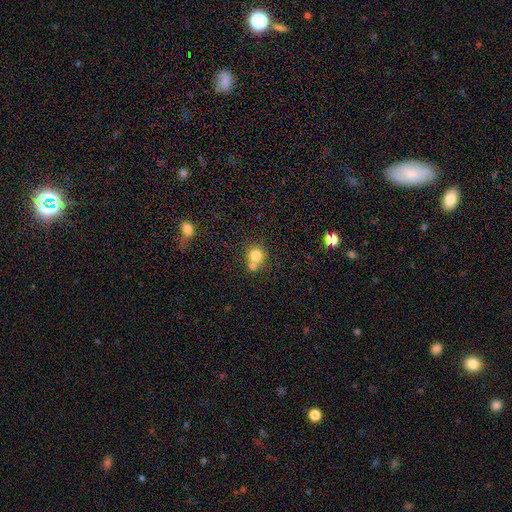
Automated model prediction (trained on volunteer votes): A smooth galaxy with no disk features (77%) that is round (85%). Merging: none (46%).